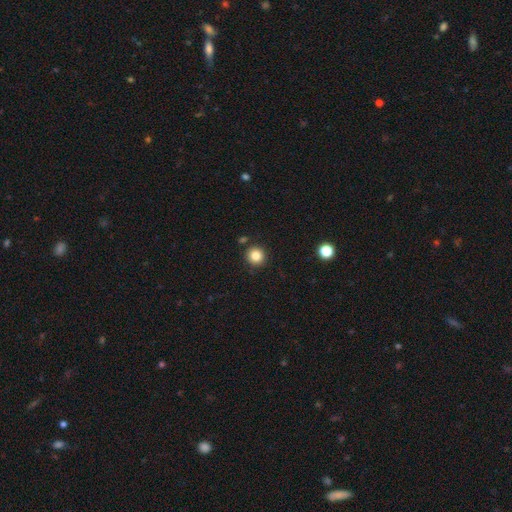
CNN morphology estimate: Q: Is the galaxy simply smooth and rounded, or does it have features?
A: smooth — 84%.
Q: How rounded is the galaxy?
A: round — 94%.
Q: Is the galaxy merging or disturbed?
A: none — 89%.